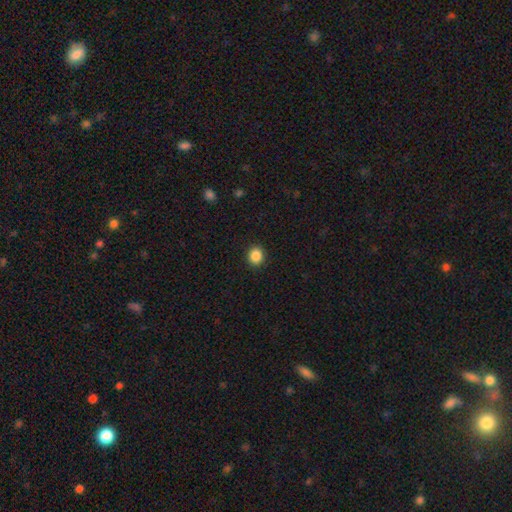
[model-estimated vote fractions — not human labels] This appears to be a smooth galaxy with no disk features (87%) that is round (80%). Merging: none (91%).